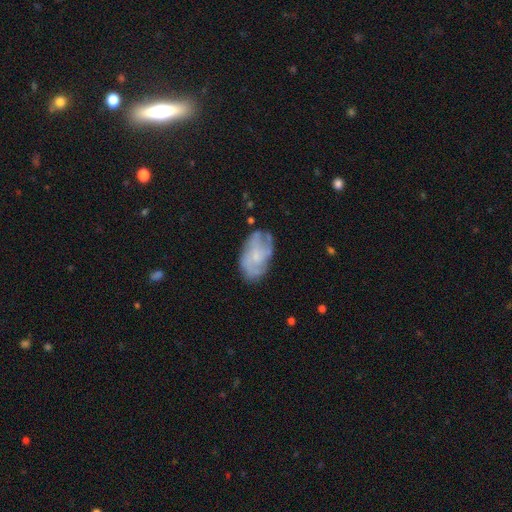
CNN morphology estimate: This is likely a featured or disk galaxy (62%). It is clearly not viewed edge-on (96%). Bar: likely no (74%). Spiral arm pattern: likely yes (74%). Central bulge: likely small (61%). Merging: likely none (67%).